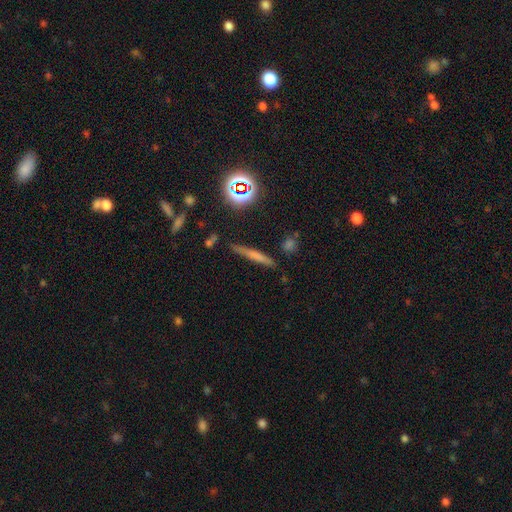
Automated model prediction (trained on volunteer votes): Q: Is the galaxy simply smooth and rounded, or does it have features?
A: smooth — 55%.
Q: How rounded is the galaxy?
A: cigar-shaped — 89%.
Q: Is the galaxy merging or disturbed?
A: none — 81%.